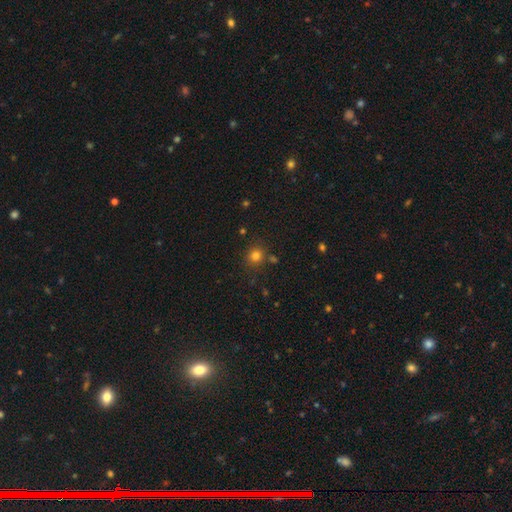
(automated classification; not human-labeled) smooth_or_featured: smooth (p=0.79) [alt: star or artifact p=0.15]
how_rounded: round (p=0.84) [alt: in between p=0.15]
merging: none (p=0.81) [alt: minor disturbance p=0.09]